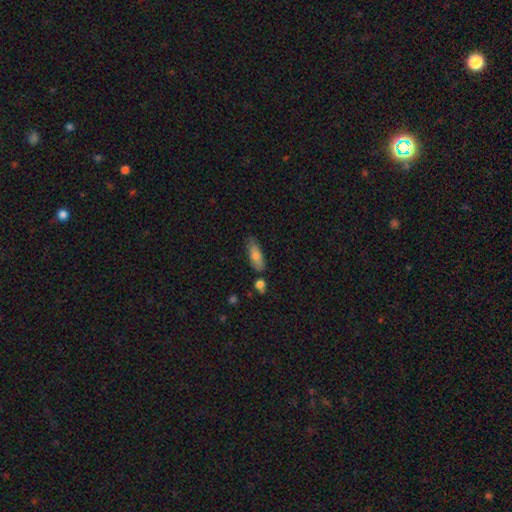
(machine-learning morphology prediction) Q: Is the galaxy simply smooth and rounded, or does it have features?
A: smooth — 77%.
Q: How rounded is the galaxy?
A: in between — 60%.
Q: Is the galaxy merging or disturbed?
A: none — 74%.